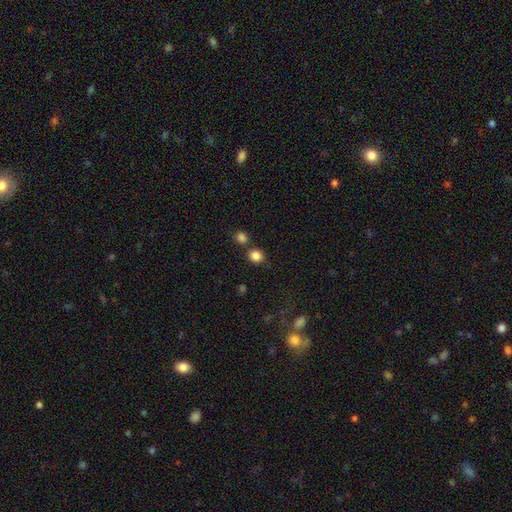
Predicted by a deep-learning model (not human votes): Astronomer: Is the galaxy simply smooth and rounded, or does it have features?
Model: smooth — 85%.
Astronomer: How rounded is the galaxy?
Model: round — 77%.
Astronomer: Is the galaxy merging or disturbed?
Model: none — 71%.